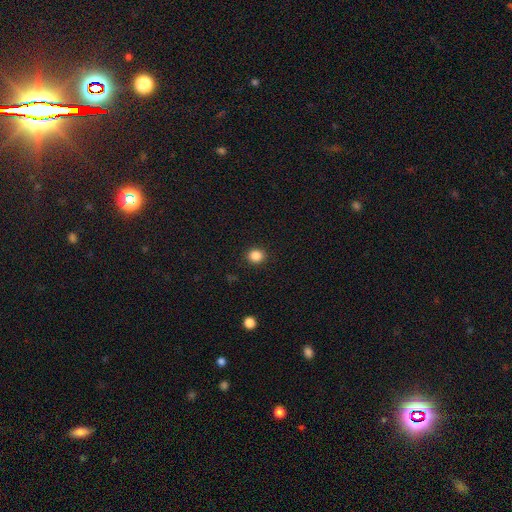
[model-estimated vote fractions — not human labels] smooth 86%, star or artifact 11%, featured or disk 3%. Down the decision tree: how rounded — round (81%); merging — none (91%).